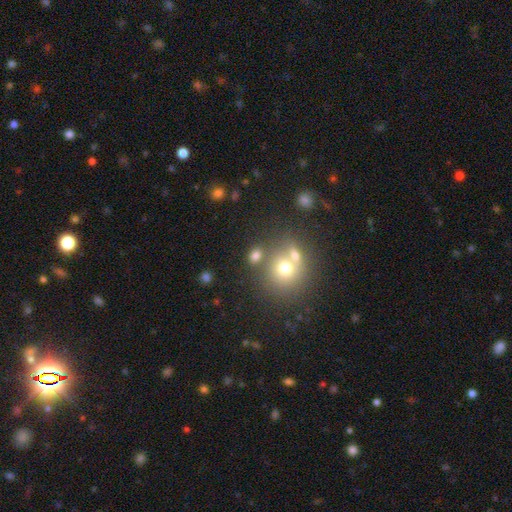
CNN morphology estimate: Smooth or featured? smooth (73%)
How rounded? in between (54%)
Merging? none (57%)